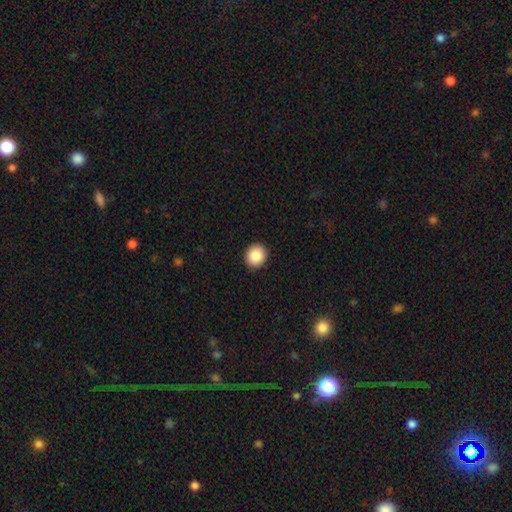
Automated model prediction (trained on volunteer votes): A smooth galaxy with no disk features (87%) that is round (83%).

Vote fractions:
- Smooth or featured? smooth: 87% / star or artifact: 8% / featured or disk: 4%
- How rounded? round: 83% / in between: 16% / cigar-shaped: 1%
- Merging? none: 92% / minor disturbance: 5% / major disturbance: 2% / merger: 1%